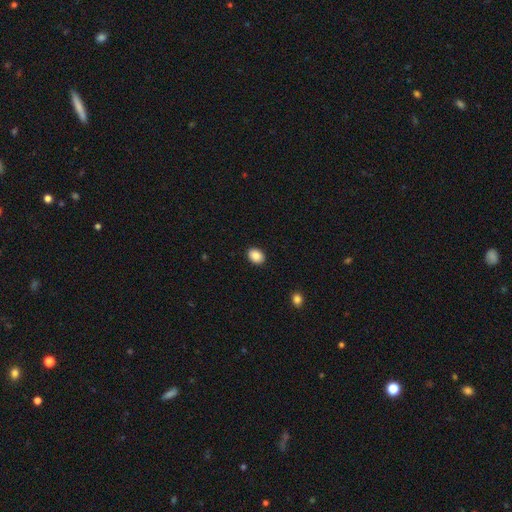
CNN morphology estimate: A smooth galaxy with no disk features (88%) that is in between round and cigar-shaped (66%).

Vote fractions:
- Smooth or featured? smooth: 88% / star or artifact: 8% / featured or disk: 4%
- How rounded? in between: 66% / round: 33% / cigar-shaped: 1%
- Merging? none: 91% / minor disturbance: 7% / major disturbance: 2% / merger: 1%